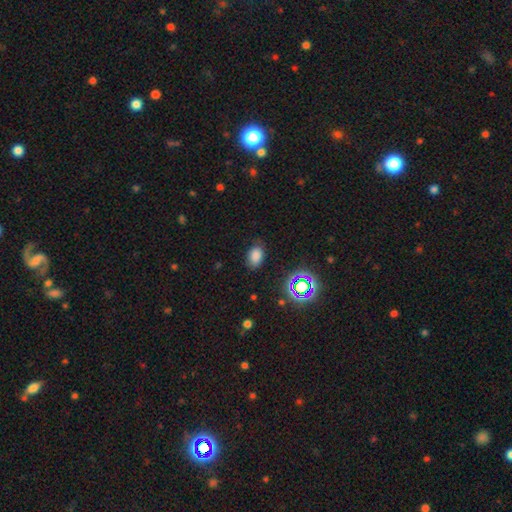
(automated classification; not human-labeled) Morphology: type=smooth (78%); roundness=in between (81%); merging=none (80%).